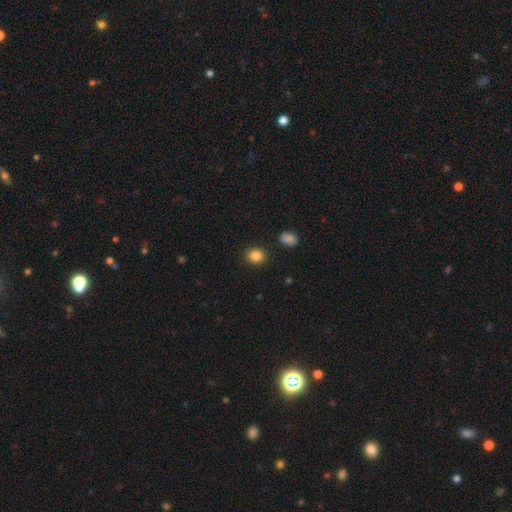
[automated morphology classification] Smooth or featured? Predicted: smooth (p=0.85). How rounded? Predicted: round (p=0.72). Merging? Predicted: none (p=0.89).